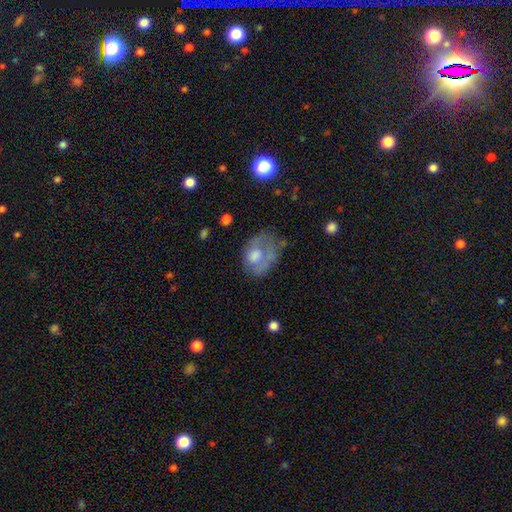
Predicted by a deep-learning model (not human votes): Smooth or featured? smooth (48%)
Merging? none (41%)